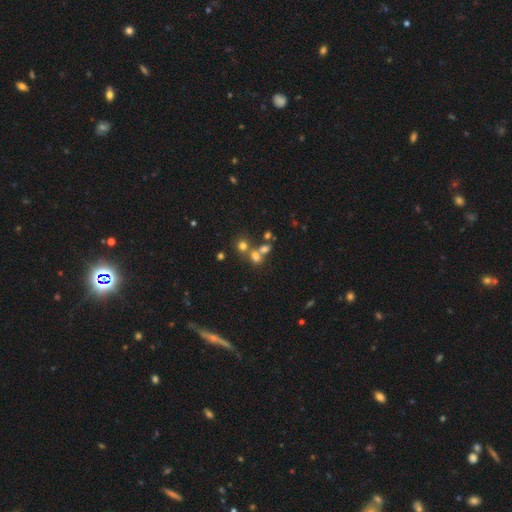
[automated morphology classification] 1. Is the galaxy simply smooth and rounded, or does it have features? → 63% smooth, 22% star or artifact, 16% featured or disk.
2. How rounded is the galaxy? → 62% round, 36% in between, 2% cigar-shaped.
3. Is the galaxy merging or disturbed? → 46% merger, 40% none, 8% minor disturbance, 6% major disturbance.